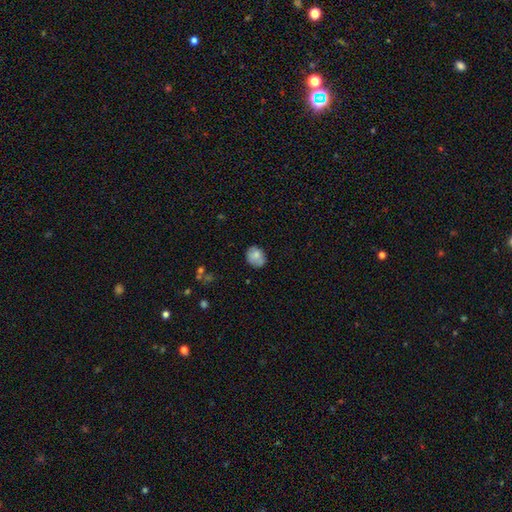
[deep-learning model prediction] This appears to be a smooth galaxy with no disk features (77%) that is round (55%). Merging: none (68%).